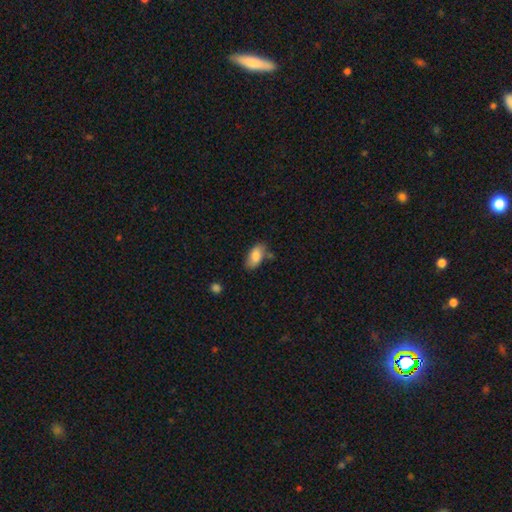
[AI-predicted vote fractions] A smooth galaxy with no disk features (80%) that is in between round and cigar-shaped (93%). Merging: none (66%).